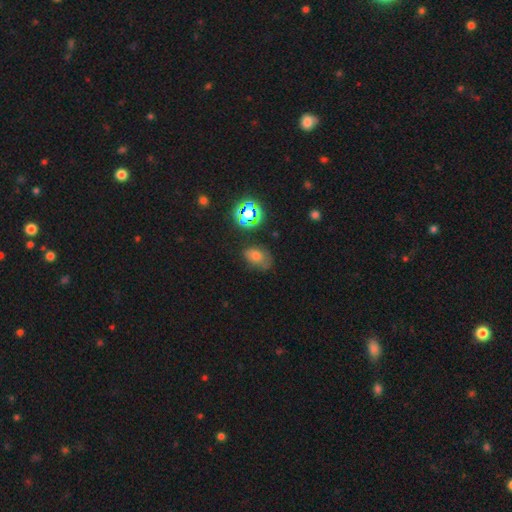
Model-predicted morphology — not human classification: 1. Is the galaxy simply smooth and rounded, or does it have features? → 60% smooth, 23% star or artifact, 16% featured or disk.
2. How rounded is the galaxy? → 81% in between, 18% round, 1% cigar-shaped.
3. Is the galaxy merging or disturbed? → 57% none, 28% minor disturbance, 12% major disturbance, 3% merger.